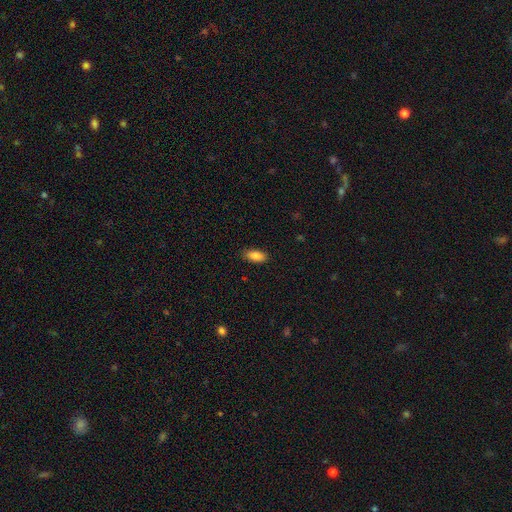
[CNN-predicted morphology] This is clearly a smooth galaxy (87%). How rounded: clearly in between (89%). Merging: clearly none (88%).